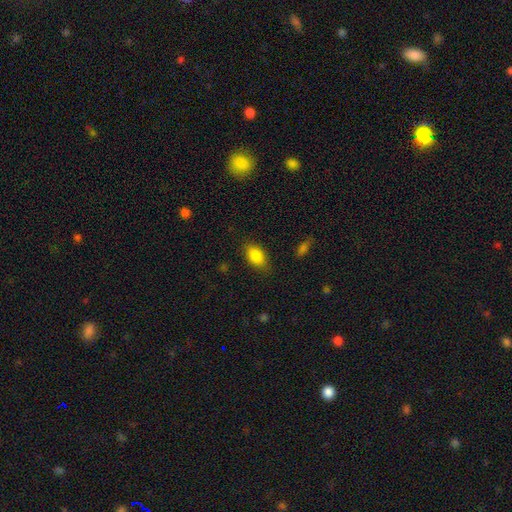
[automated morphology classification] Smooth or featured? Predicted: smooth (p=0.85). How rounded? Predicted: in between (p=0.89). Merging? Predicted: none (p=0.82).